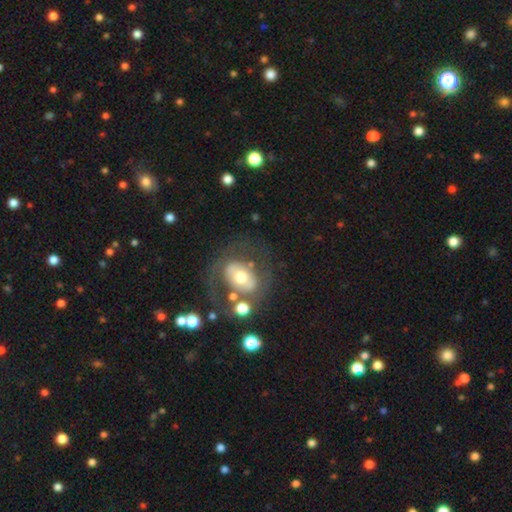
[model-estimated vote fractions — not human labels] Morphology: type=featured or disk (58%); edge-on=no (93%); bar=no (50%); spiral arms=no (51%); bulge=moderate (57%); merging=none (61%).